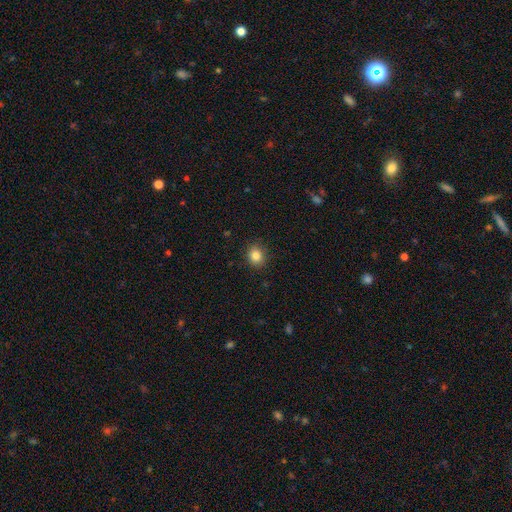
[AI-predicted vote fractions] A smooth galaxy with no disk features (84%) that is round (68%).

Vote fractions:
- Smooth or featured? smooth: 84% / star or artifact: 11% / featured or disk: 5%
- How rounded? round: 68% / in between: 31% / cigar-shaped: 1%
- Merging? none: 89% / minor disturbance: 8% / major disturbance: 2% / merger: 1%